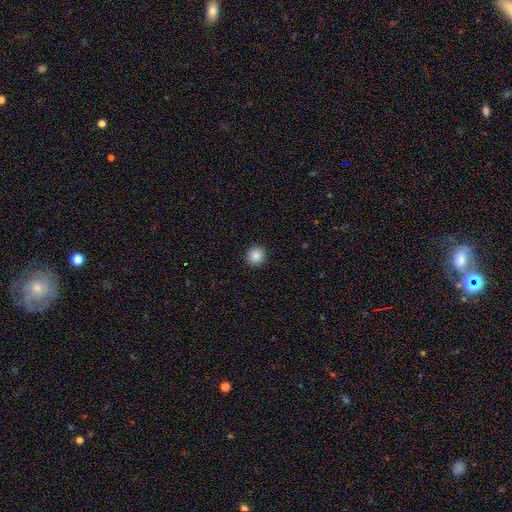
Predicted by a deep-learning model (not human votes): Smooth or featured? Predicted: smooth (p=0.87). How rounded? Predicted: round (p=0.86). Merging? Predicted: none (p=0.92).